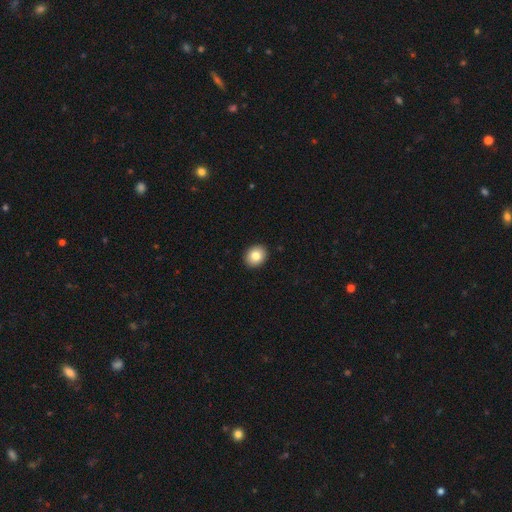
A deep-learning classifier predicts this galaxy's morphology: Smooth or featured? Predicted: smooth (p=0.83). How rounded? Predicted: round (p=0.59). Merging? Predicted: none (p=0.92).